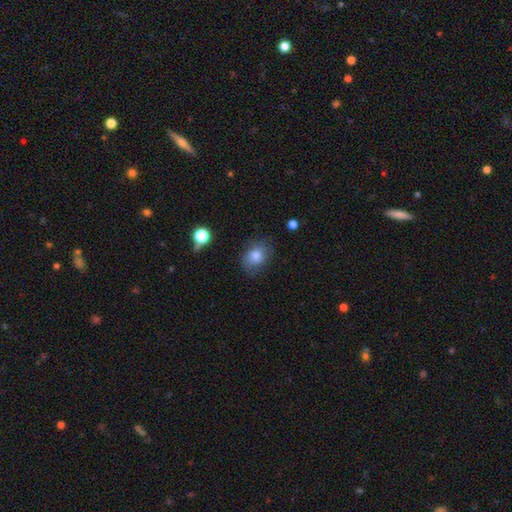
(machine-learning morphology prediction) type=smooth (78%); roundness=in between (67%); merging=none (70%).